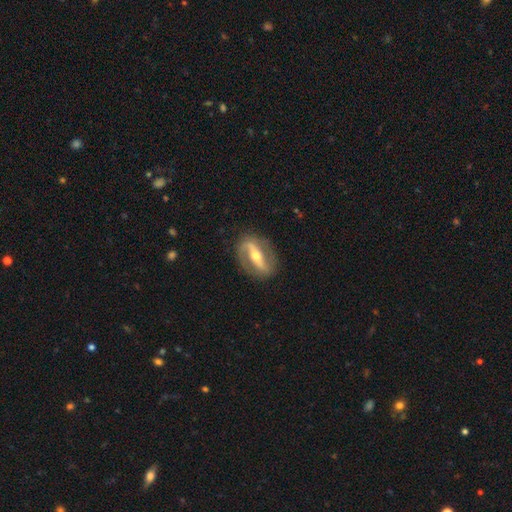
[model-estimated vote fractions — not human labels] Overall: featured or disk (82%). Edge-on disk: no (85%). Bar: strong (70%). Spiral arms: yes (77%). Spiral arm count: 2 (86%). Spiral winding: medium (38%; loose 35%). Bulge size: moderate (61%; small 34%). Merging: none (83%).